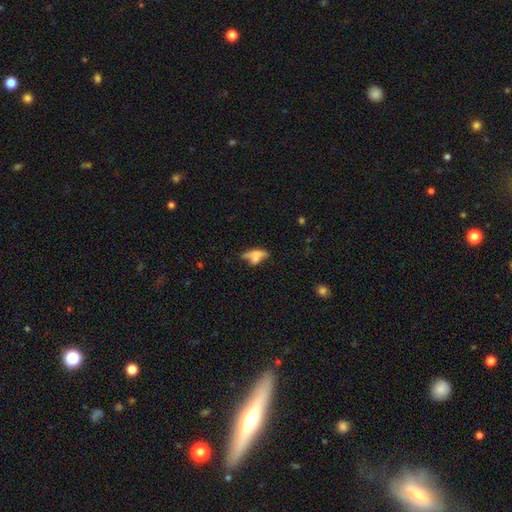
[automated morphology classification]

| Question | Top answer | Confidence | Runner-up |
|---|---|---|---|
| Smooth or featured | smooth | 53% | featured or disk (35%) |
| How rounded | in between | 60% | cigar-shaped (34%) |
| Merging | none | 35% | merger (28%) |